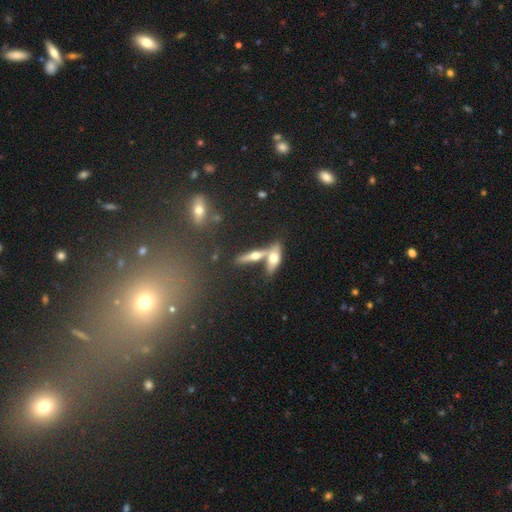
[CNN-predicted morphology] smooth_or_featured: featured or disk (p=0.47) [alt: smooth p=0.42]
merging: merger (p=0.42) [tied with: none p=0.42]